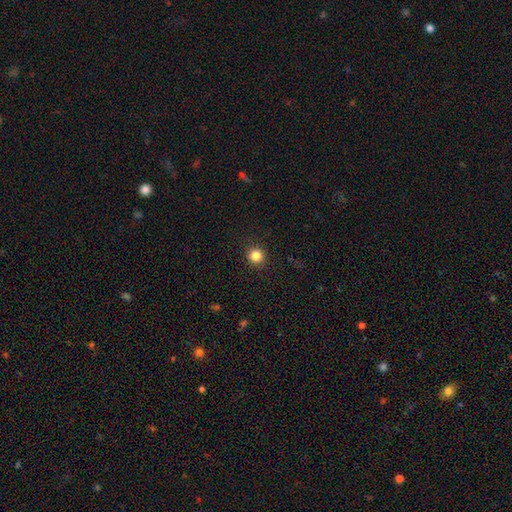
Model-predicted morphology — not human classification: type=smooth (85%); roundness=round (93%); merging=none (91%).